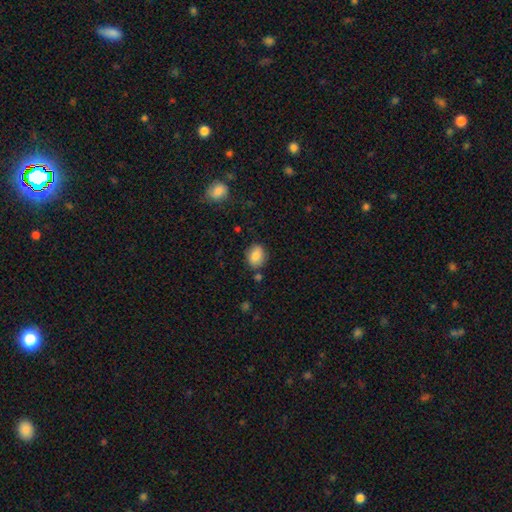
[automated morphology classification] Smooth or featured? smooth (84%)
How rounded? in between (57%)
Merging? none (79%)